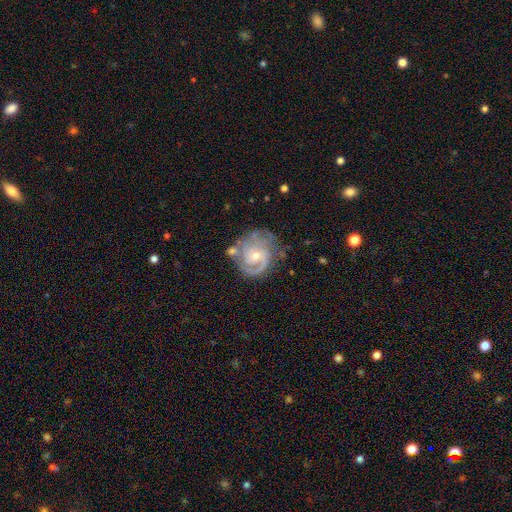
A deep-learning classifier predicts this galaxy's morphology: The model was most divided on "bulge size": small: 58%, moderate: 39%, large: 1%, none: 1%, dominant: 1%. More confident: edge-on disk — no (98%); spiral arms — yes (97%); smooth or featured — featured or disk (88%); bar — no (66%); merging — none (65%); spiral winding — tight (59%); spiral arm count — 2 (53%).